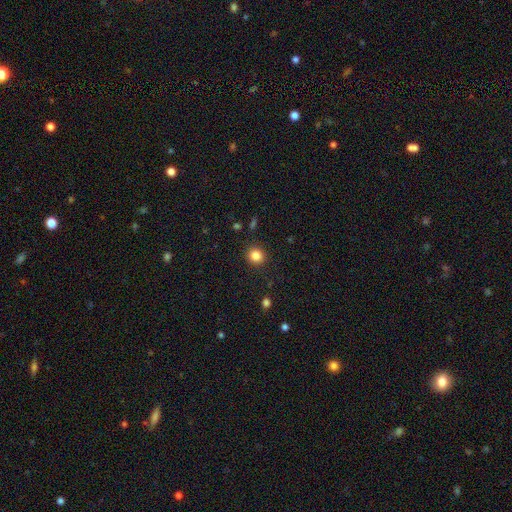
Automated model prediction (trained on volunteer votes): A smooth galaxy with no disk features (84%) that is round (86%).

Vote fractions:
- Smooth or featured? smooth: 84% / star or artifact: 11% / featured or disk: 5%
- How rounded? round: 86% / in between: 13% / cigar-shaped: 1%
- Merging? none: 90% / minor disturbance: 6% / major disturbance: 2% / merger: 1%